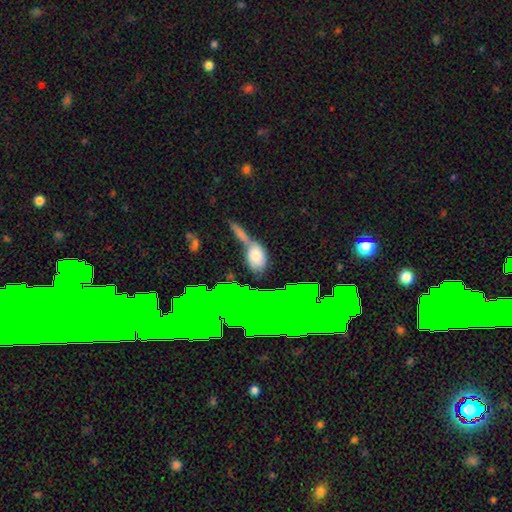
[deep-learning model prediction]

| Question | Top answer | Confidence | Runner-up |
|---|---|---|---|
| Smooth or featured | smooth | 52% | featured or disk (27%) |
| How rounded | in between | 65% | round (25%) |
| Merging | none | 46% | minor disturbance (20%) |